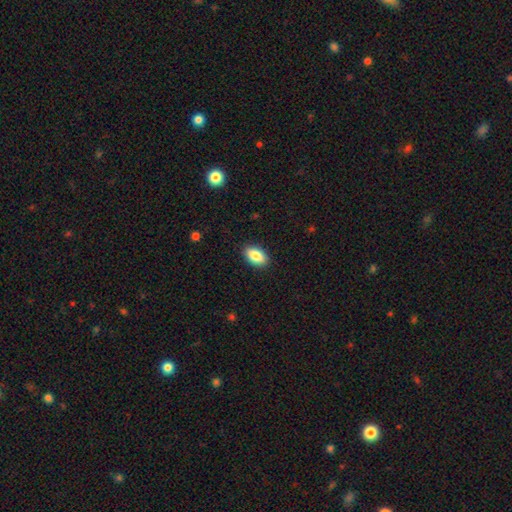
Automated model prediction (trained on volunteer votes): This is clearly a smooth galaxy (86%). How rounded: clearly in between (93%). Merging: clearly none (90%).